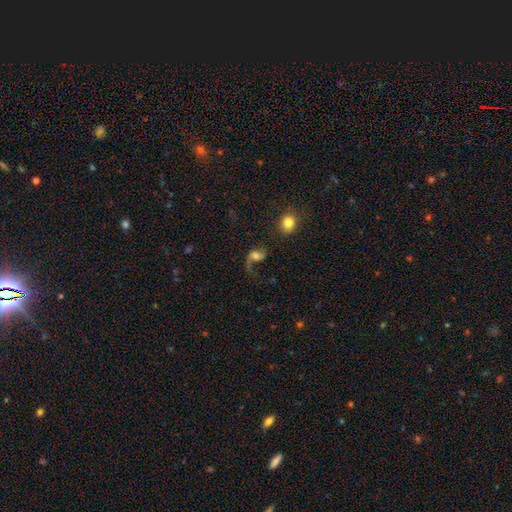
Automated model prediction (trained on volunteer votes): A featured or disk galaxy (63%) with no bar (58%), 1 (52%) loose (76%) spiral arms (88%) and a moderate central bulge (49%).

Vote fractions:
- Smooth or featured? featured or disk: 63% / smooth: 27% / star or artifact: 10%
- Edge-on disk? no: 97% / yes: 3%
- Bar? no: 58% / weak: 32% / strong: 10%
- Spiral arms? yes: 88% / no: 12%
- Spiral winding? loose: 76% / medium: 19% / tight: 5%
- Spiral arm count? 1: 52% / 2: 43% / can't tell: 2% / 3: 1% / 4: 1% / more than 4: 1%
- Bulge size? moderate: 49% / small: 26% / large: 15% / none: 7% / dominant: 3%
- Merging? major disturbance: 41% / none: 37% / minor disturbance: 16% / merger: 6%